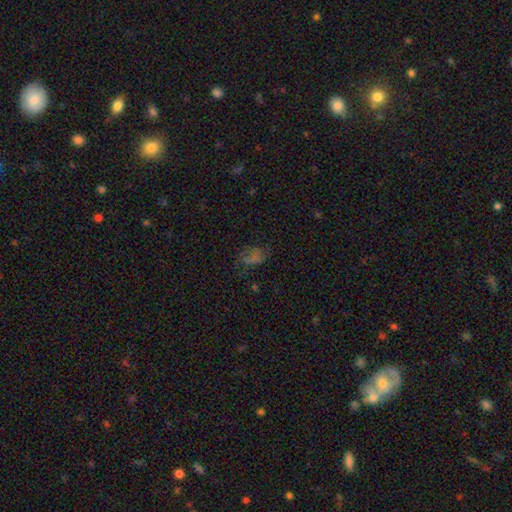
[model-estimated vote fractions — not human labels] This appears to be a smooth galaxy with no disk features (47%). Merging: none (53%).